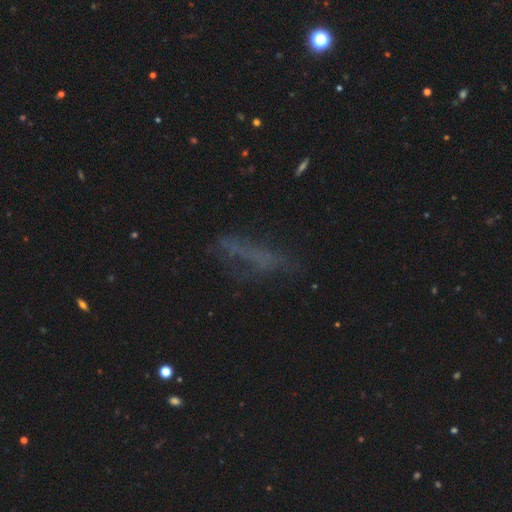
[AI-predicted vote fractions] Overall: smooth (41%; featured or disk 31%). Merging: none (62%).